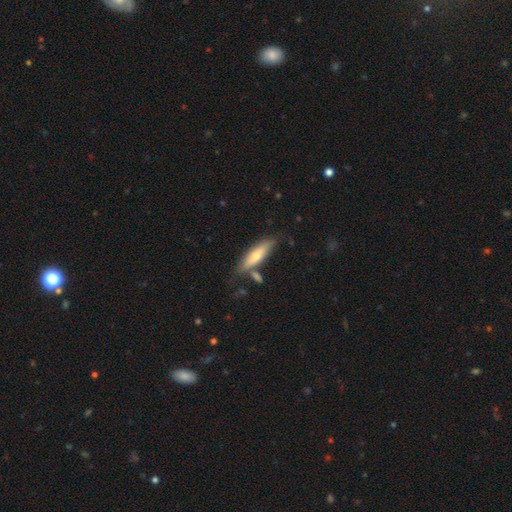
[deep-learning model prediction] This is possibly a smooth galaxy (60%). How rounded: possibly cigar-shaped (58%). Merging: likely none (67%).